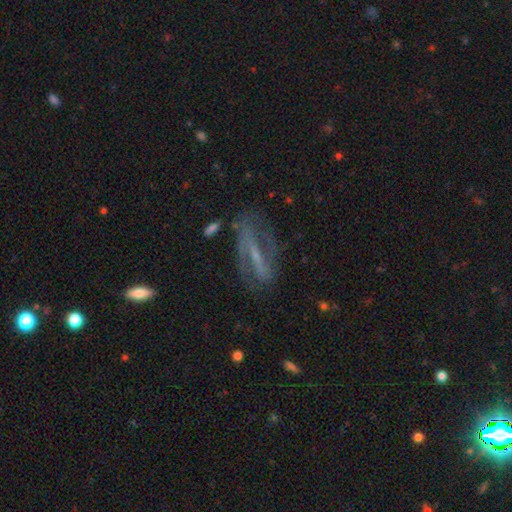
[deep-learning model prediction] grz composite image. It shows a featured or disk galaxy (70%) with a strong bar (51%), spiral arms (75%) and a small central bulge (58%). Merging: none (63%).